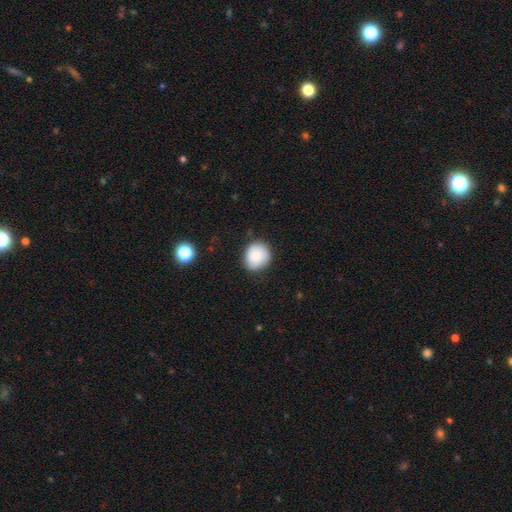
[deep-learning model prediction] This appears to be a smooth galaxy with no disk features (81%) that is round (81%). Merging: none (79%).